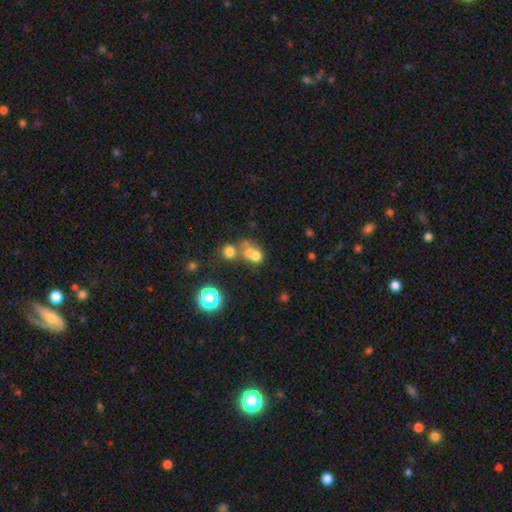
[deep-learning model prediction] This is likely a smooth galaxy (63%). How rounded: likely round (61%). Merging: possibly merger (57%).